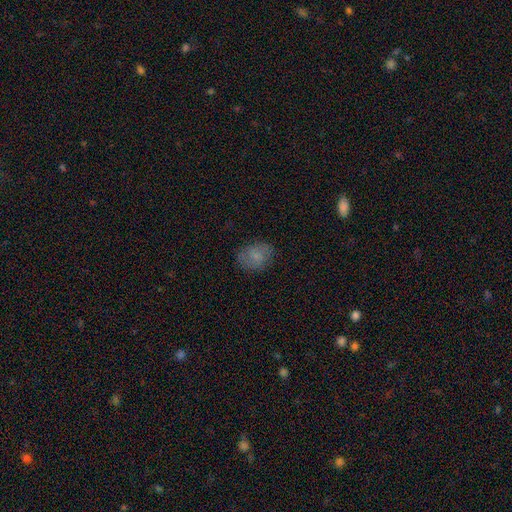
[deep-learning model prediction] Q: Smooth or featured?
A: smooth (73%); runner-up: featured or disk (18%)
Q: How rounded?
A: in between (60%); runner-up: round (39%)
Q: Merging?
A: none (78%); runner-up: minor disturbance (17%)